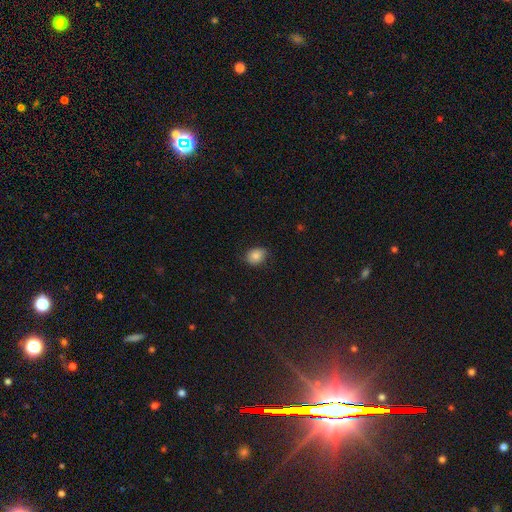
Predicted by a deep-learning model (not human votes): This appears to be a smooth galaxy with no disk features (81%) that is in between round and cigar-shaped (57%). Merging: none (77%).